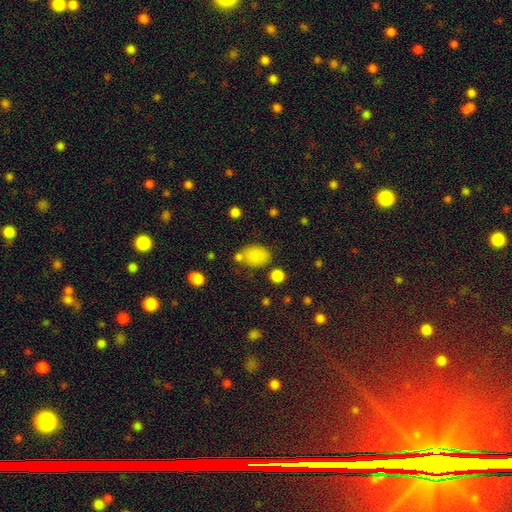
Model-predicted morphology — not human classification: type=smooth (83%); roundness=in between (75%); merging=none (63%).